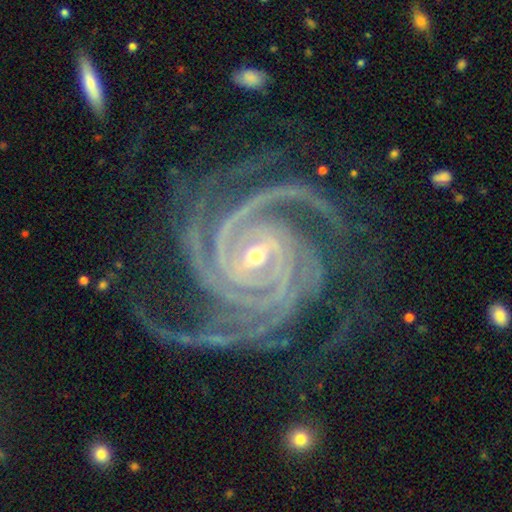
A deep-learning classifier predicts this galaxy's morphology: A featured or disk galaxy (94%) with a strong bar (39%), 4 (37%) tight (76%) spiral arms (99%) and a small central bulge (67%).

Vote fractions:
- Smooth or featured? featured or disk: 94% / star or artifact: 4% / smooth: 2%
- Edge-on disk? no: 98% / yes: 2%
- Bar? strong: 39% / weak: 37% / no: 24%
- Spiral arms? yes: 99% / no: 1%
- Spiral winding? tight: 76% / medium: 22% / loose: 3%
- Spiral arm count? 4: 37% / 3: 24% / more than 4: 12% / 2: 10% / can't tell: 9% / 1: 8%
- Bulge size? small: 67% / moderate: 30% / large: 1% / none: 1% / dominant: 1%
- Merging? none: 71% / minor disturbance: 17% / major disturbance: 10% / merger: 2%